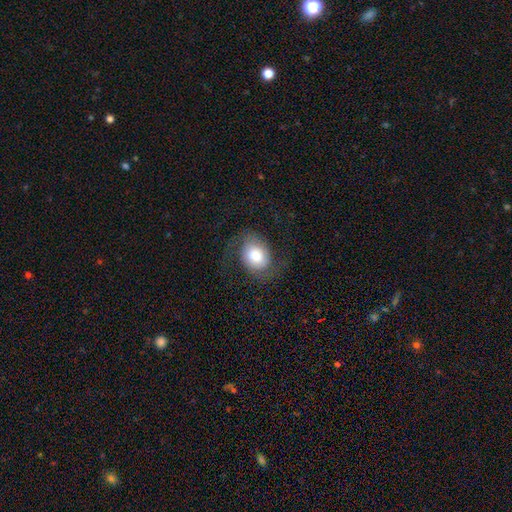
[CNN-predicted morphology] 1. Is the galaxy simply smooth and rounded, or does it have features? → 51% featured or disk, 40% smooth, 9% star or artifact.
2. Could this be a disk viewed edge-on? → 97% no, 3% yes.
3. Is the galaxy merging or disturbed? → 64% none, 17% major disturbance, 17% minor disturbance, 1% merger.